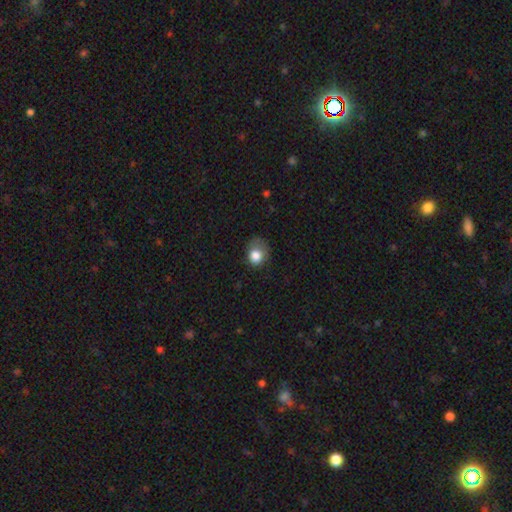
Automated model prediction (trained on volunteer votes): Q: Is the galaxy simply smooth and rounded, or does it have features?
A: smooth — 80%.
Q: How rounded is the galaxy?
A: round — 57%.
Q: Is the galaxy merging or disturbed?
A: none — 38%.